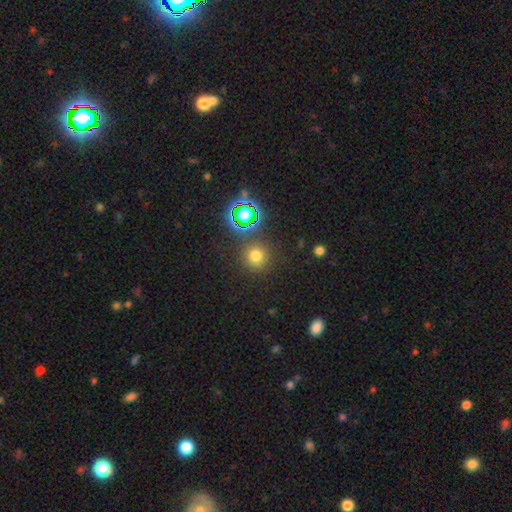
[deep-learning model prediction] The model was most divided on "smooth or featured": smooth: 68%, star or artifact: 25%, featured or disk: 7%. More confident: how rounded — round (93%); merging — none (85%).